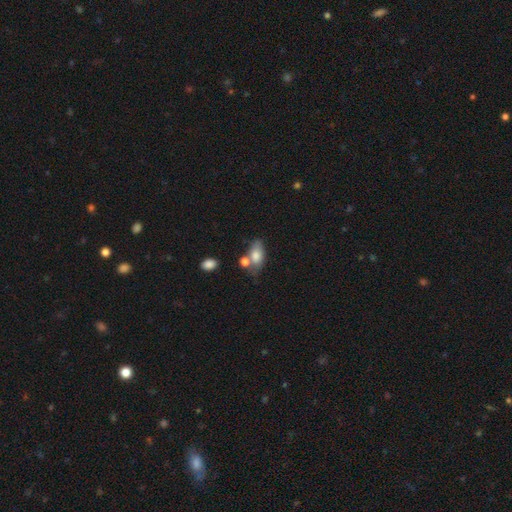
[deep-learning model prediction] Smooth or featured? Predicted: smooth (p=0.77). How rounded? Predicted: in between (p=0.86). Merging? Predicted: none (p=0.46).